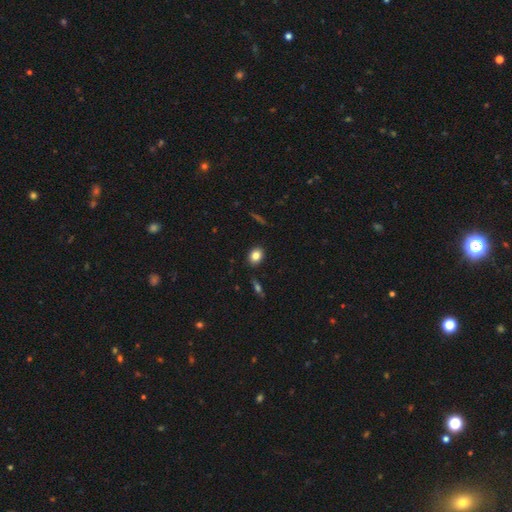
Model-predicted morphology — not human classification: Overall: smooth (83%). How rounded: in between (59%; round 39%). Merging: none (87%).